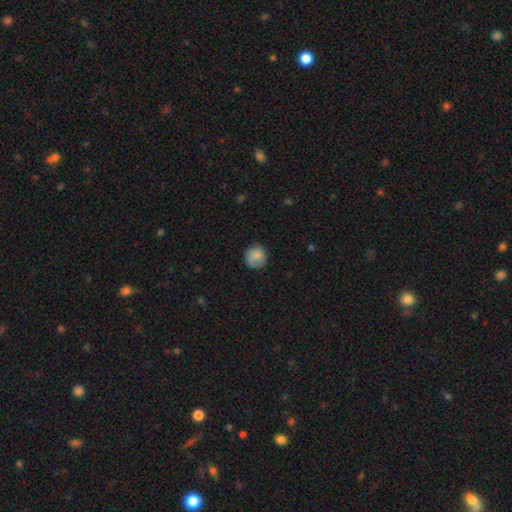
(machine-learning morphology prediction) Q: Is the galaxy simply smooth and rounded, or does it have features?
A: smooth — 84%.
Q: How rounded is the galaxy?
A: round — 84%.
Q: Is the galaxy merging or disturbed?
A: none — 74%.